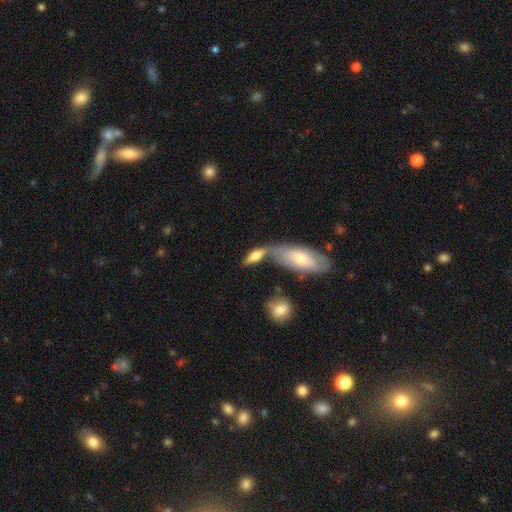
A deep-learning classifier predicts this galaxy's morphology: This appears to be a smooth galaxy with no disk features (59%) that is in between round and cigar-shaped (65%). Merging: merger (43%).